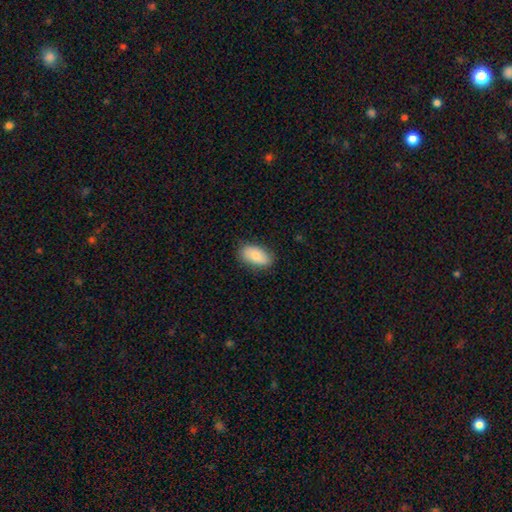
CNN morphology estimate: This is likely a smooth galaxy (78%). How rounded: clearly in between (93%). Merging: clearly none (81%).